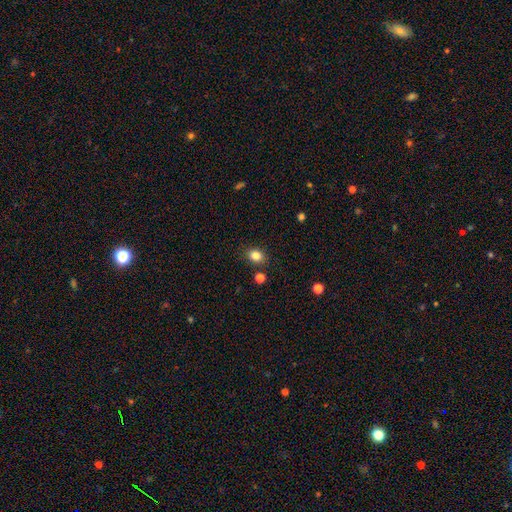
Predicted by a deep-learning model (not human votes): Smooth or featured?
  - smooth: 84% *
  - star or artifact: 11%
  - featured or disk: 5%
How rounded?
  - in between: 58% *
  - round: 41%
  - cigar-shaped: 1%
Merging?
  - none: 85% *
  - minor disturbance: 9%
  - merger: 3%
  - major disturbance: 3%